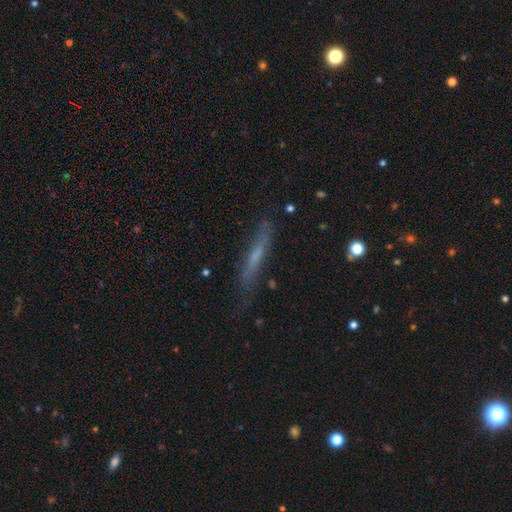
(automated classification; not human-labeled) This appears to be a featured or disk galaxy (47%). Merging: none (74%).